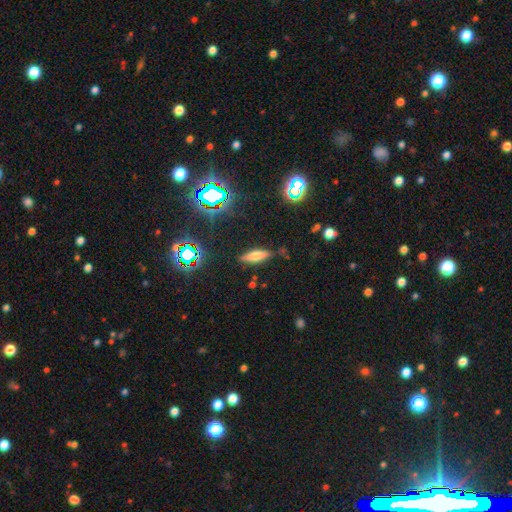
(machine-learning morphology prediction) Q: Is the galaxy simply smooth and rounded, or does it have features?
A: smooth — 58%.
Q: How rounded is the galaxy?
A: cigar-shaped — 54%.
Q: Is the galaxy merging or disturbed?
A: none — 81%.